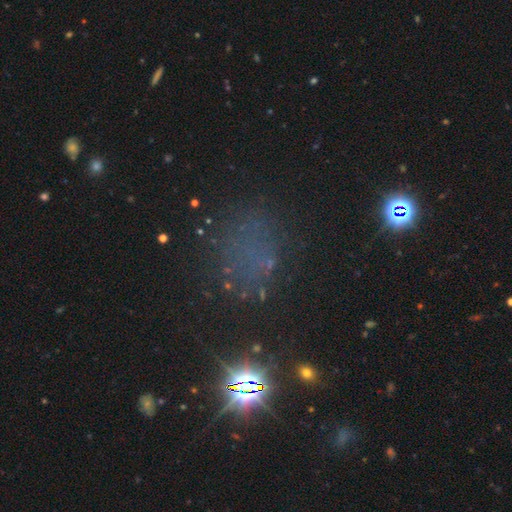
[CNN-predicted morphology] This is possibly a star or artifact rather than a galaxy (47%).